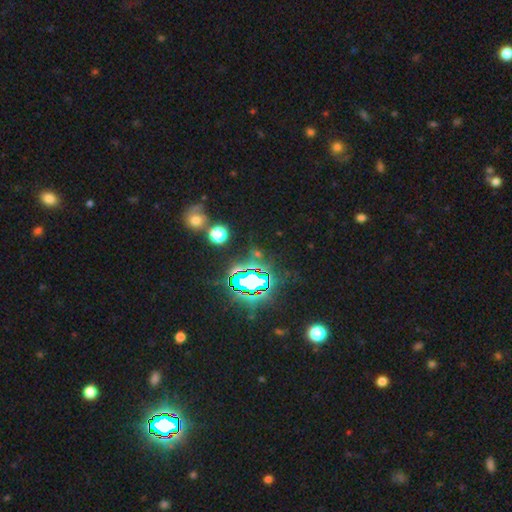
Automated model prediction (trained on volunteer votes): A star or artifact, not a galaxy (77%).

Vote fractions:
- Smooth or featured? star or artifact: 77% / smooth: 14% / featured or disk: 9%